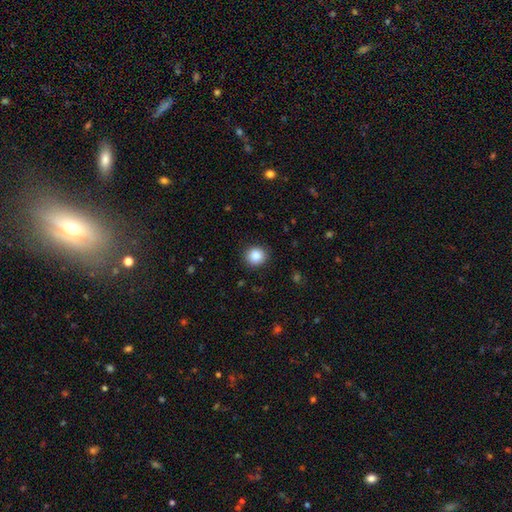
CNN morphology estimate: Smooth or featured? smooth (87%)
How rounded? round (89%)
Merging? none (90%)